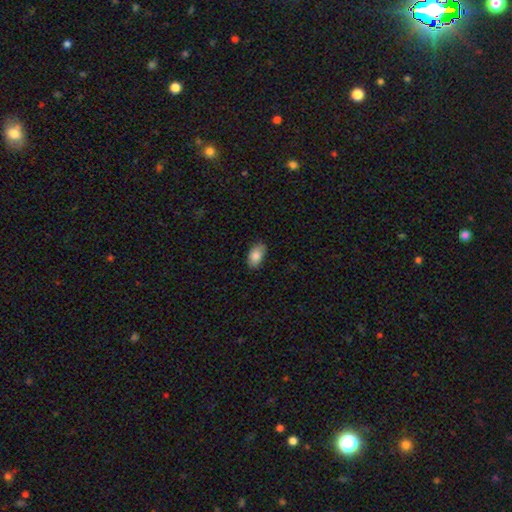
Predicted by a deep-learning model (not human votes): Smooth or featured: smooth — 84% (featured or disk — 9%)
How rounded: in between — 93% (round — 5%)
Merging: none — 81% (minor disturbance — 16%)